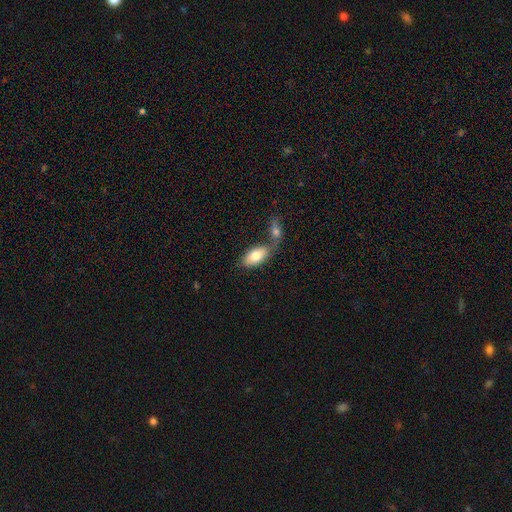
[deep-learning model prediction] Smooth or featured?
  - smooth: 77% *
  - featured or disk: 16%
  - star or artifact: 6%
How rounded?
  - in between: 92% *
  - round: 4%
  - cigar-shaped: 4%
Merging?
  - none: 43% *
  - merger: 41%
  - minor disturbance: 11%
  - major disturbance: 4%